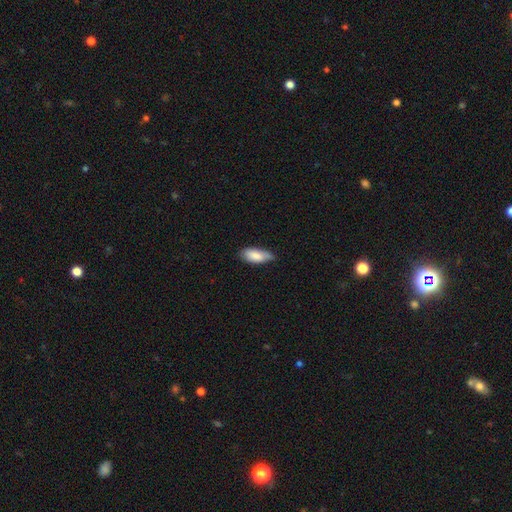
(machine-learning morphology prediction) A smooth galaxy with no disk features (81%) that is in between round and cigar-shaped (83%).

Vote fractions:
- Smooth or featured? smooth: 81% / featured or disk: 13% / star or artifact: 6%
- How rounded? in between: 83% / cigar-shaped: 15% / round: 2%
- Merging? none: 64% / minor disturbance: 30% / major disturbance: 4% / merger: 1%